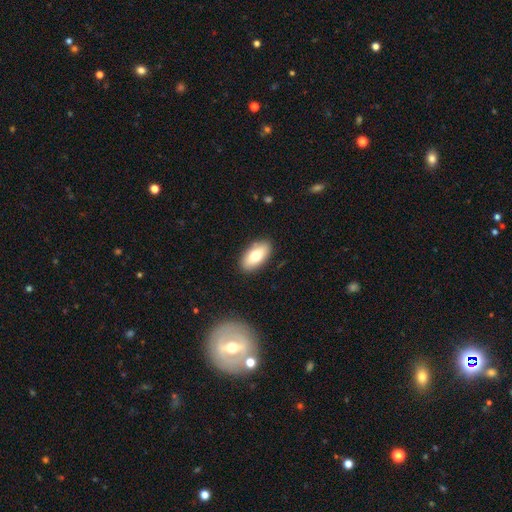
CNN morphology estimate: Q: Smooth or featured?
A: smooth (75%); runner-up: featured or disk (19%)
Q: How rounded?
A: in between (91%); runner-up: cigar-shaped (5%)
Q: Merging?
A: none (88%); runner-up: minor disturbance (8%)